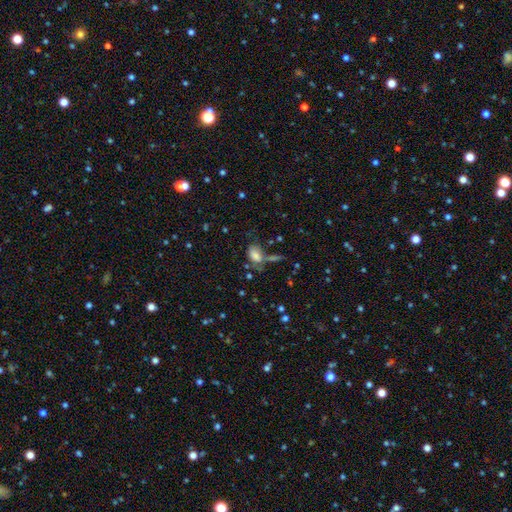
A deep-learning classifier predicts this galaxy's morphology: smooth_or_featured: smooth (p=0.76) [alt: featured or disk p=0.12]
how_rounded: in between (p=0.88) [alt: round p=0.09]
merging: none (p=0.45) [alt: minor disturbance p=0.22]